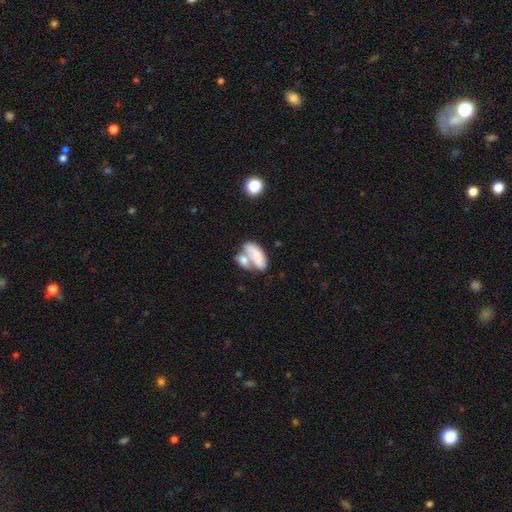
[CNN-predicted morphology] Smooth or featured? smooth (67%)
How rounded? in between (88%)
Merging? merger (62%)